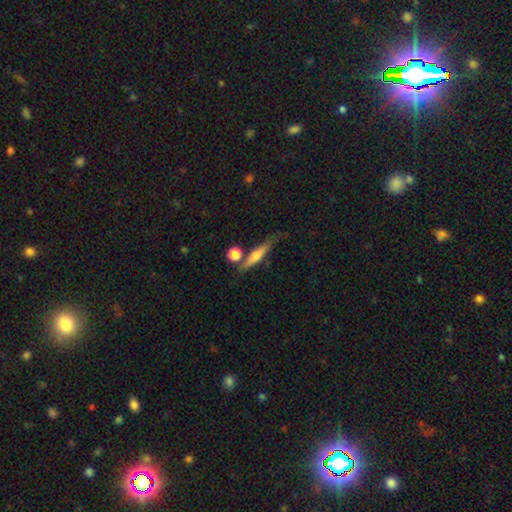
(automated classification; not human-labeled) Smooth or featured? Predicted: smooth (p=0.53). How rounded? Predicted: cigar-shaped (p=0.78). Merging? Predicted: none (p=0.61).